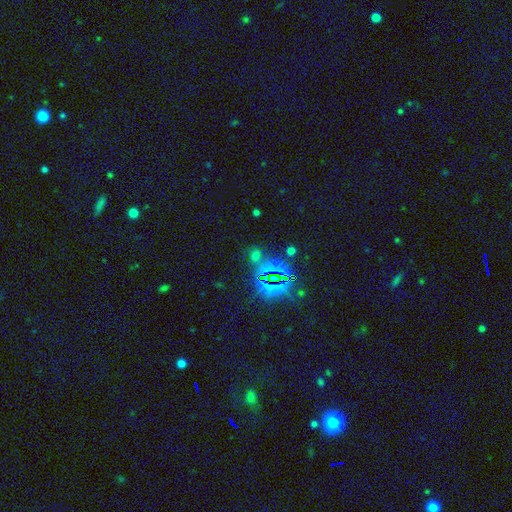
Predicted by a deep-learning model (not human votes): smooth_or_featured: star or artifact (p=0.60) [alt: smooth p=0.33]